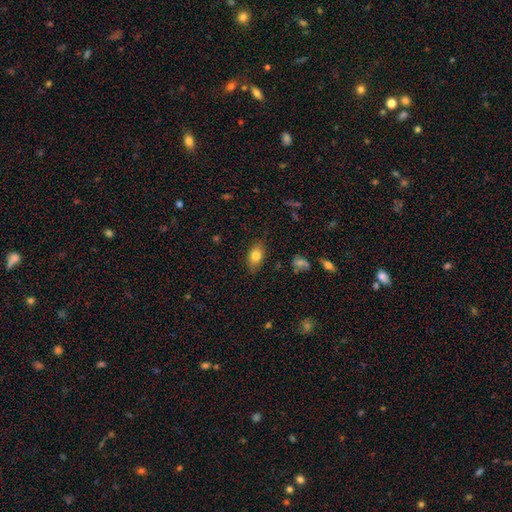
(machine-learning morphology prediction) smooth 79%, featured or disk 12%, star or artifact 9%. Down the decision tree: how rounded — in between (86%); merging — none (82%).